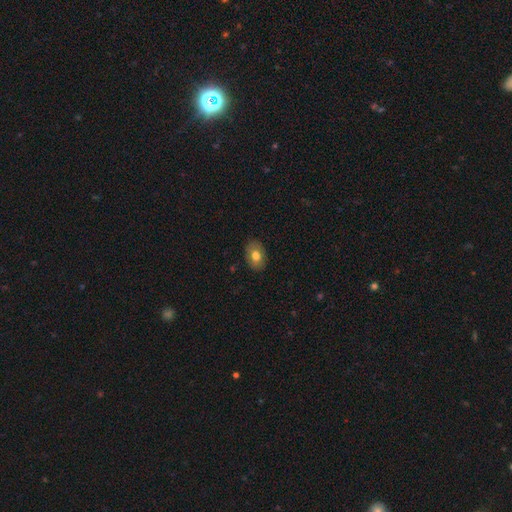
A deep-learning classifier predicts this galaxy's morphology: Overall: smooth (74%). How rounded: in between (80%). Merging: none (86%).